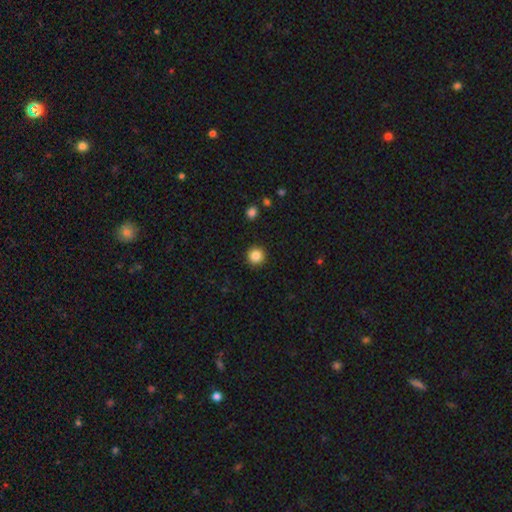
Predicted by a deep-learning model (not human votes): Q: Smooth or featured?
A: smooth (86%); runner-up: star or artifact (11%)
Q: How rounded?
A: round (96%); runner-up: in between (3%)
Q: Merging?
A: none (93%); runner-up: minor disturbance (5%)